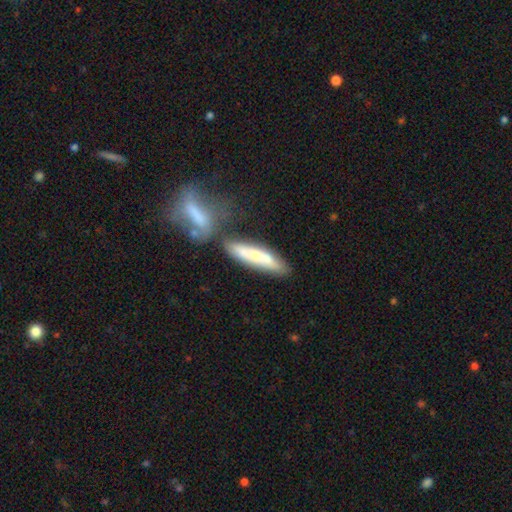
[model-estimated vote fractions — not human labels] This is possibly a smooth galaxy (59%). How rounded: likely cigar-shaped (79%). Merging: possibly none (51%).